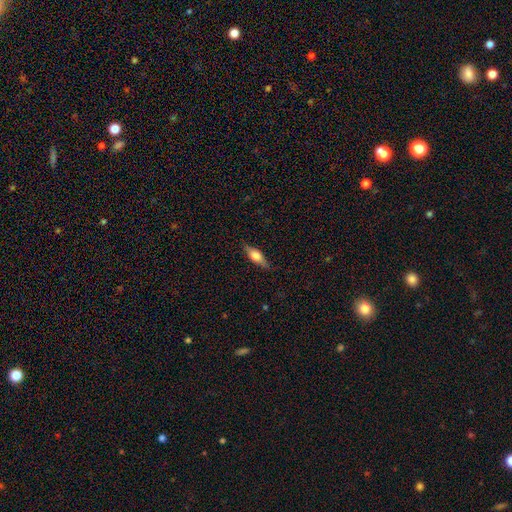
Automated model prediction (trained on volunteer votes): A smooth galaxy with no disk features (48%).

Vote fractions:
- Smooth or featured? smooth: 48% / featured or disk: 45% / star or artifact: 7%
- Merging? none: 83% / minor disturbance: 13% / major disturbance: 3% / merger: 1%